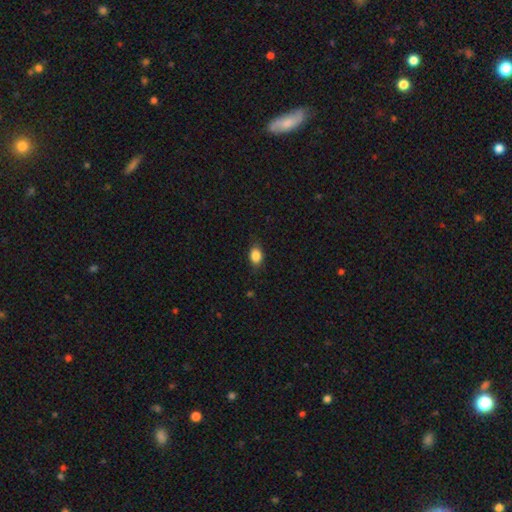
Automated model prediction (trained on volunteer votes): smooth 86%, star or artifact 9%, featured or disk 5%. Down the decision tree: how rounded — in between (76%); merging — none (83%).